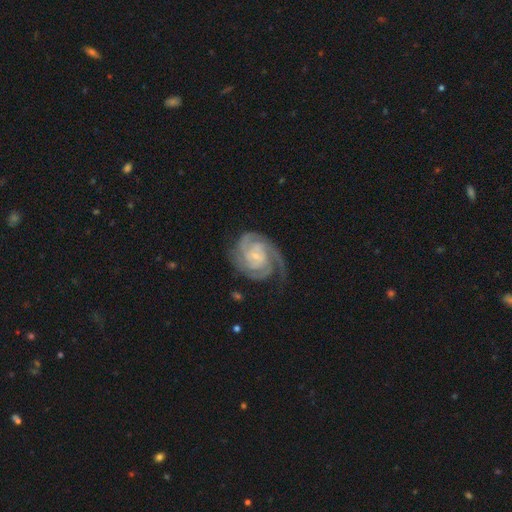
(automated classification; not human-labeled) smooth-or-featured: featured or disk: 92% | smooth: 4% | star or artifact: 4%
  disk-edge-on: no: 98% | yes: 2%
    bar: no: 60% | weak: 32% | strong: 9%
    has-spiral-arms: yes: 98% | no: 2%
      spiral-winding: tight: 67% | medium: 29% | loose: 4%
      spiral-arm-count: 3: 43% | 2: 19% | 4: 16% | can't tell: 11% | more than 4: 6% | 1: 6%
    bulge-size: small: 78% | moderate: 16% | none: 4% | large: 1% | dominant: 1%
  merging: none: 70% | minor disturbance: 19% | major disturbance: 10% | merger: 2%